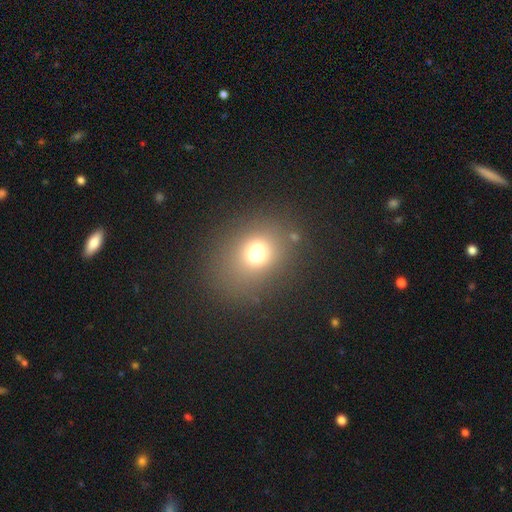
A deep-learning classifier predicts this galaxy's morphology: Smooth or featured: smooth — 64% (featured or disk — 18%)
How rounded: round — 54% (in between — 45%)
Merging: none — 53% (merger — 29%)